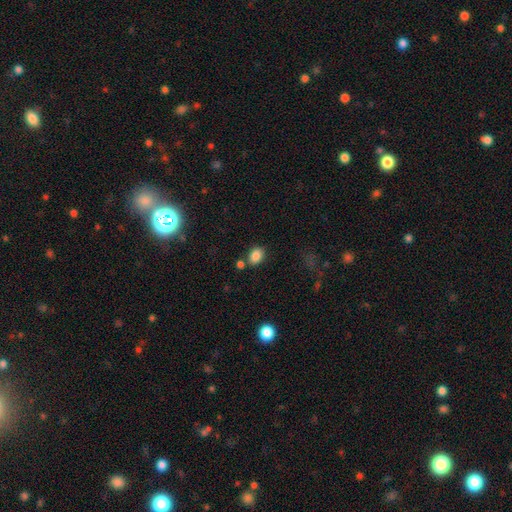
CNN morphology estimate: smooth-or-featured: smooth: 85% | star or artifact: 10% | featured or disk: 5%
  how-rounded: in between: 75% | round: 24% | cigar-shaped: 1%
  merging: none: 71% | merger: 13% | minor disturbance: 13% | major disturbance: 4%